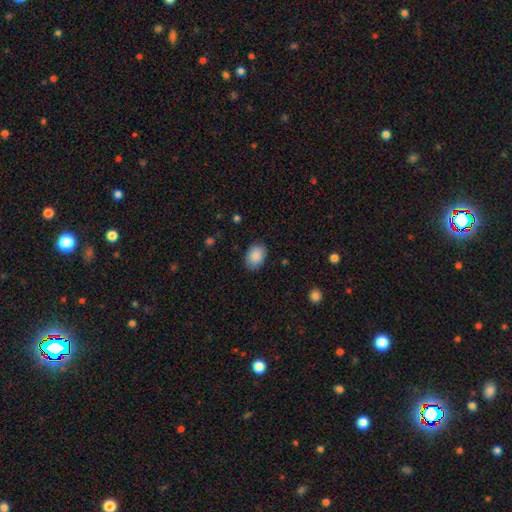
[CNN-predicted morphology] Smooth or featured? Predicted: smooth (p=0.89). How rounded? Predicted: in between (p=0.78). Merging? Predicted: none (p=0.85).